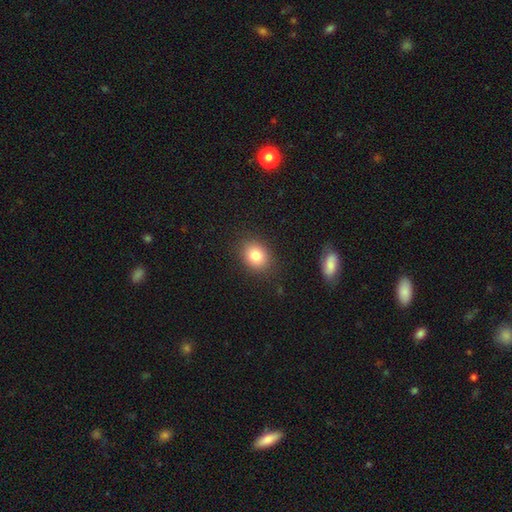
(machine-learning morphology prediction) Smooth or featured? smooth (82%)
How rounded? round (55%)
Merging? none (87%)